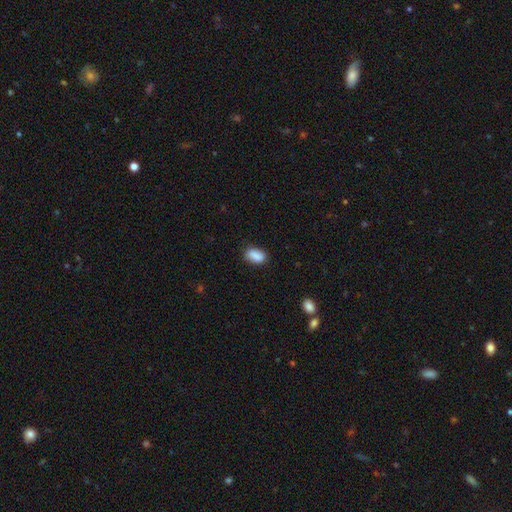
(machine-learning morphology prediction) This is clearly a smooth galaxy (88%). How rounded: clearly in between (90%). Merging: clearly none (80%).